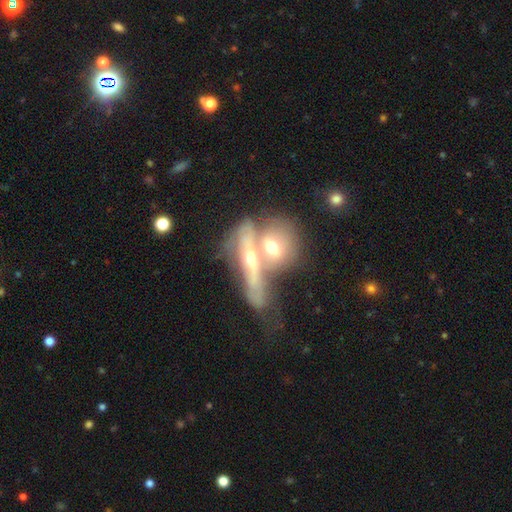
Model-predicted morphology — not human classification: Smooth or featured?
  - featured or disk: 61% *
  - smooth: 30%
  - star or artifact: 9%
Edge-on disk?
  - yes: 52% *
  - no: 48%
Merging?
  - merger: 62% *
  - none: 21%
  - minor disturbance: 9%
  - major disturbance: 8%